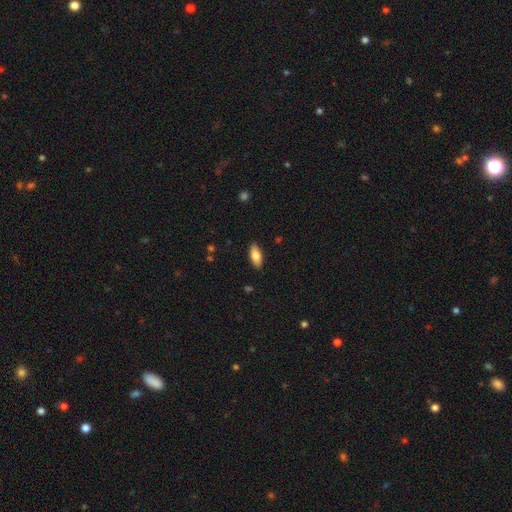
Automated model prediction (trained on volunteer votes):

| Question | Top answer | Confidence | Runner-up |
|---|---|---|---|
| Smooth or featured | smooth | 79% | featured or disk (15%) |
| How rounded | in between | 83% | cigar-shaped (15%) |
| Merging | none | 88% | minor disturbance (9%) |